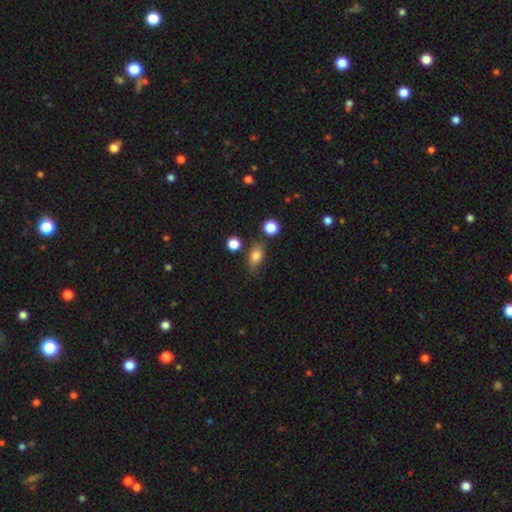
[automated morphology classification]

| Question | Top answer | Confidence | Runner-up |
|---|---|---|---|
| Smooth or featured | smooth | 80% | star or artifact (11%) |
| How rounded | in between | 79% | round (17%) |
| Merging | none | 72% | minor disturbance (17%) |